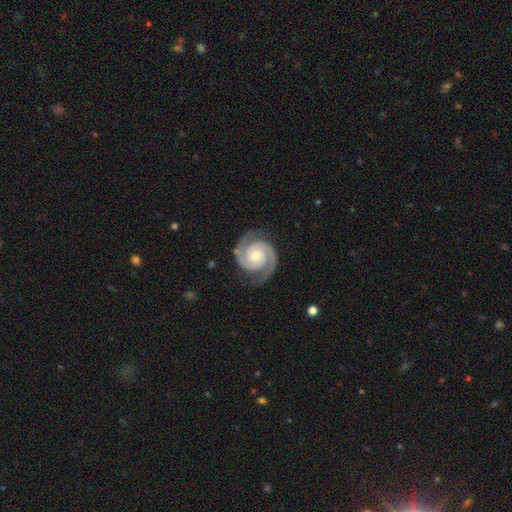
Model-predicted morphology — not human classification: featured or disk 93%, star or artifact 4%, smooth 3%. Down the decision tree: edge-on disk — no (98%); bar — no (62%); spiral arms — yes (99%); spiral arm count — 2 (94%); spiral winding — tight (67%); bulge size — moderate (46%); merging — none (85%).